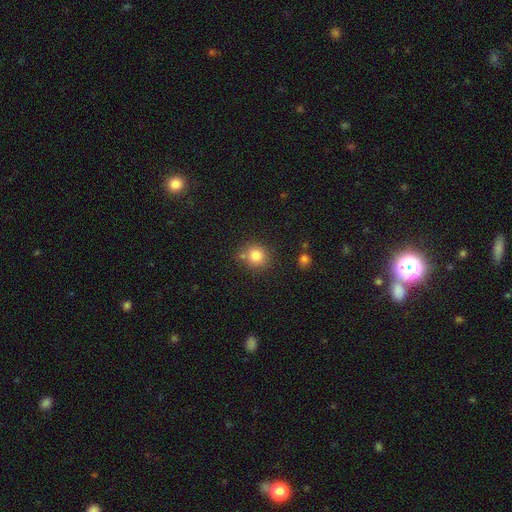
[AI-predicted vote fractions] This appears to be a smooth galaxy with no disk features (82%) that is round (85%). Merging: none (74%).